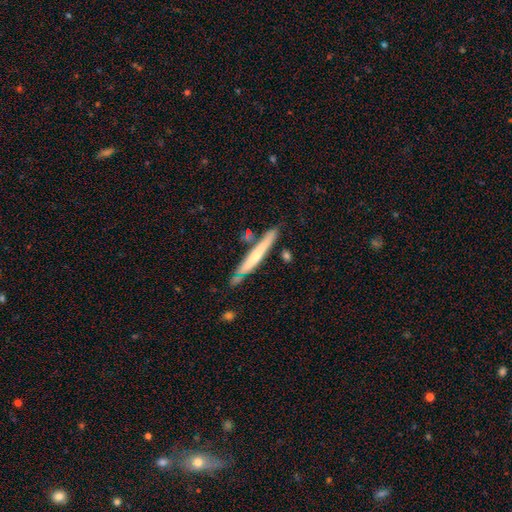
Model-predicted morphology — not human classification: Q: Smooth or featured?
A: smooth (53%); runner-up: featured or disk (42%)
Q: How rounded?
A: cigar-shaped (96%); runner-up: in between (3%)
Q: Merging?
A: none (74%); runner-up: minor disturbance (16%)